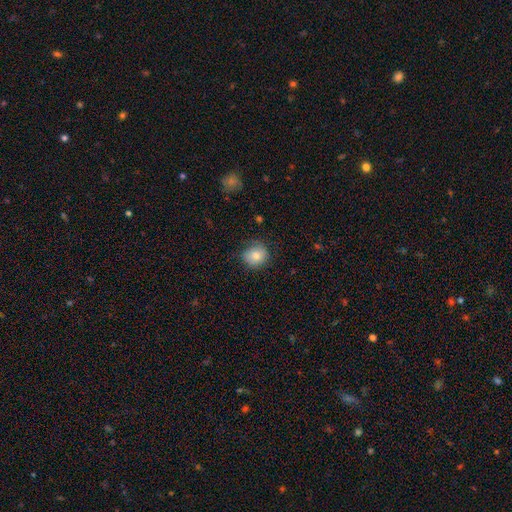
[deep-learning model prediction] Overall: smooth (82%). How rounded: round (80%). Merging: none (77%).